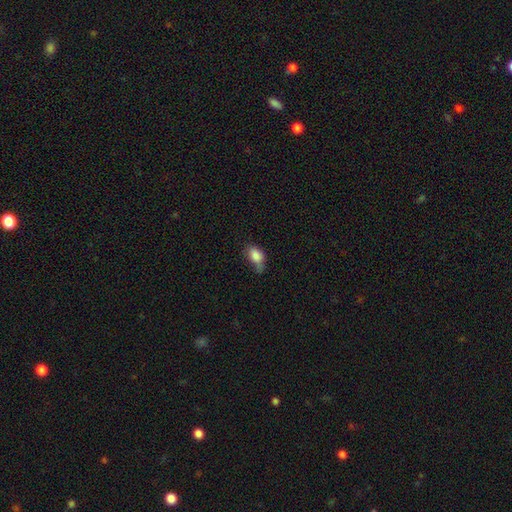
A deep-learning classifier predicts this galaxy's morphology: smooth 83%, featured or disk 9%, star or artifact 8%. Down the decision tree: how rounded — in between (86%); merging — minor disturbance (40%).